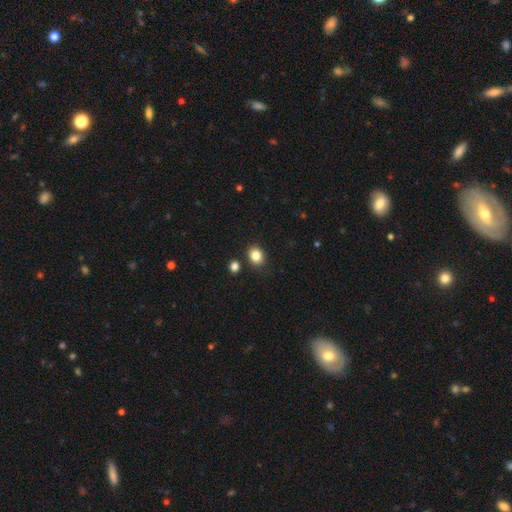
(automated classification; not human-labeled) This is clearly a smooth galaxy (84%). How rounded: possibly round (57%). Merging: clearly none (83%).